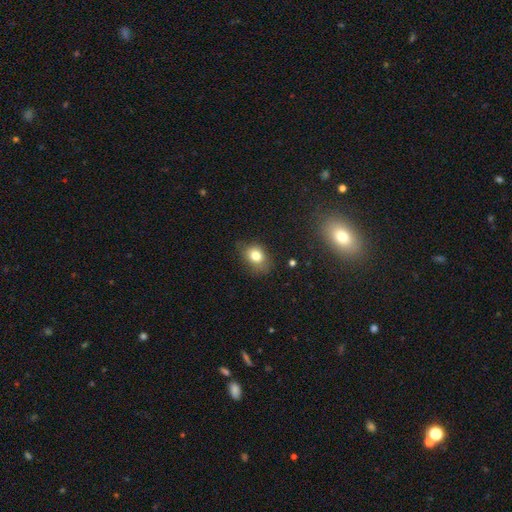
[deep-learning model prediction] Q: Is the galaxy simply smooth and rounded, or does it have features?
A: smooth — 79%.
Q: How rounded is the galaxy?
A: in between — 59%.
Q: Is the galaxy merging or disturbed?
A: none — 65%.